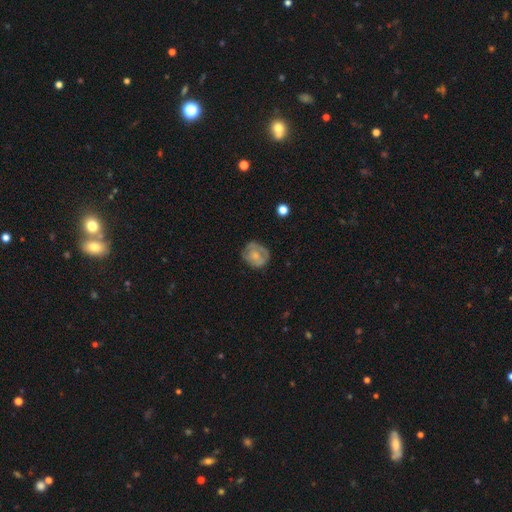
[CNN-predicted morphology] type=smooth (51%); roundness=round (71%); merging=none (64%).